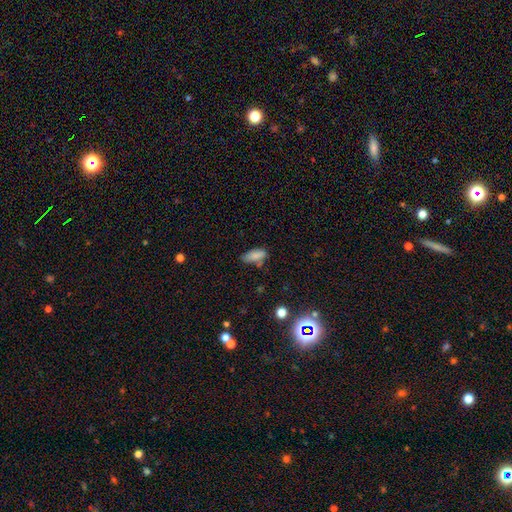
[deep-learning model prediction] Smooth or featured? smooth (82%)
How rounded? in between (84%)
Merging? none (60%)